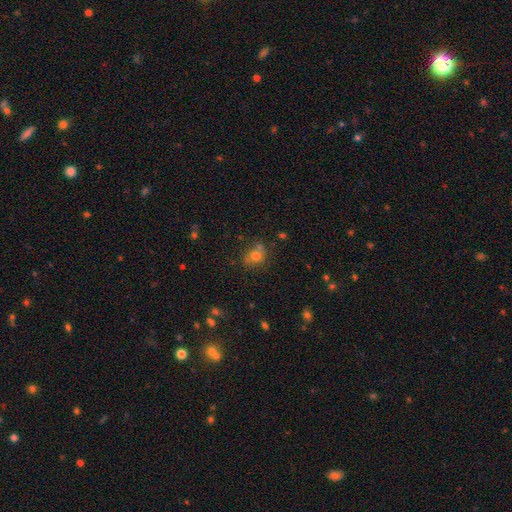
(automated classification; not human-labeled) This is likely a smooth galaxy (71%). How rounded: likely round (67%). Merging: possibly none (56%).